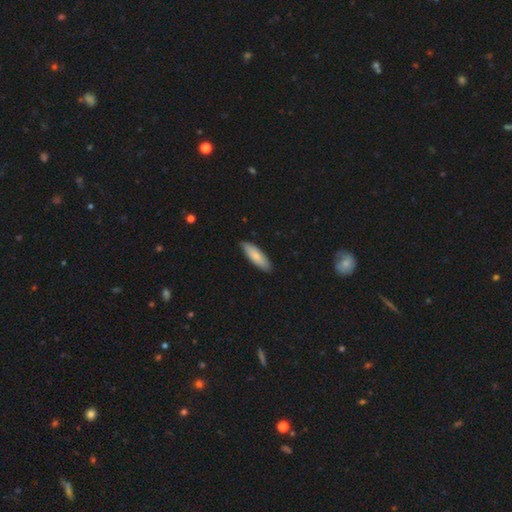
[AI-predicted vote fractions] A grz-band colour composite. It shows a smooth galaxy with no disk features (81%) that is in between round and cigar-shaped (49%, tied with cigar-shaped). Merging: none (86%).